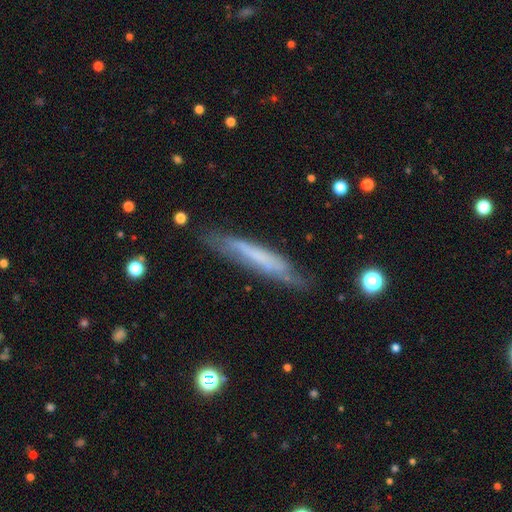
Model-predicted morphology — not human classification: A featured or disk galaxy (51%) viewed edge-on (79%). Merging: none (78%).